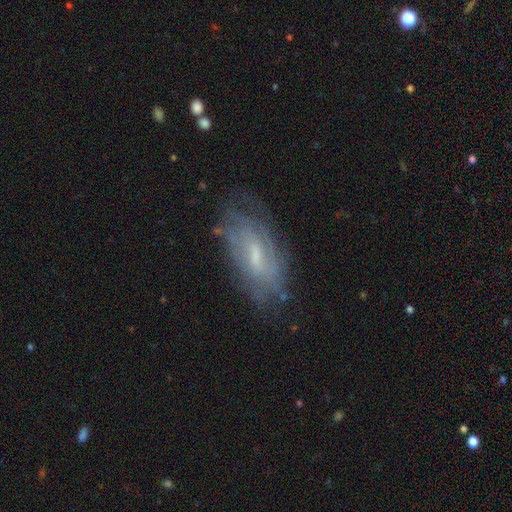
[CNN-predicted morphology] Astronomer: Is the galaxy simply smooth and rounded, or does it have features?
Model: featured or disk — 65%.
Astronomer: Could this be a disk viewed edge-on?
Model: no — 87%.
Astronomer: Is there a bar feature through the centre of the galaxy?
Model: weak — 54% (runner-up: no, 31%).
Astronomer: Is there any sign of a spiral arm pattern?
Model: yes — 76%.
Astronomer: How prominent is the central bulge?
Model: small — 51% (runner-up: moderate, 34%).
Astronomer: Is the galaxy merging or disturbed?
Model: none — 68%.